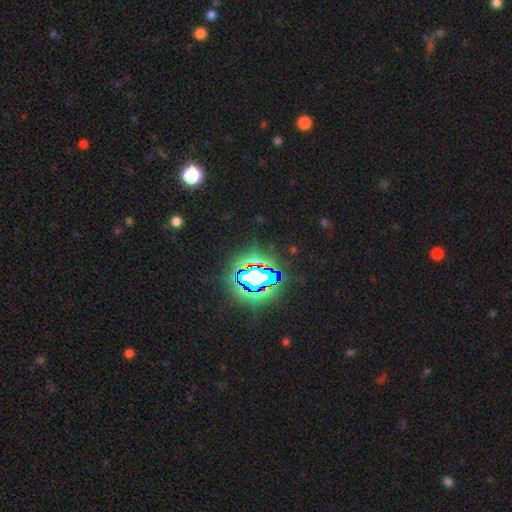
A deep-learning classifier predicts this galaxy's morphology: Overall: star or artifact (78%).